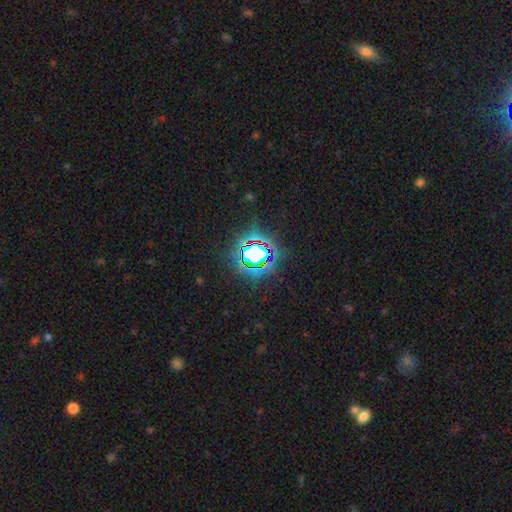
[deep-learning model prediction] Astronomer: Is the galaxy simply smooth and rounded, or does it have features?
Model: star or artifact — 75%.